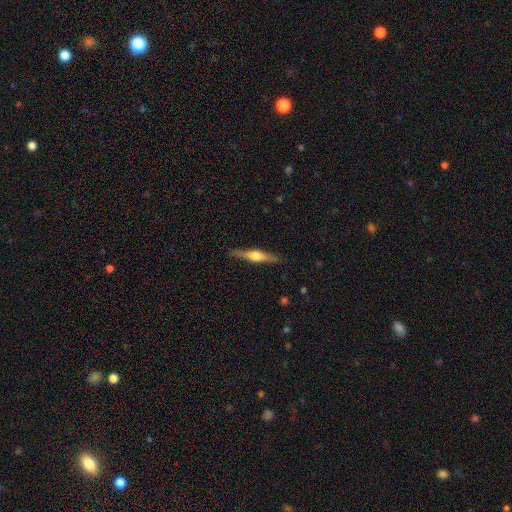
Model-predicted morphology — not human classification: Smooth or featured: featured or disk — 69% (smooth — 25%)
Edge-on disk: yes — 97% (no — 3%)
Edge-on bulge: rounded — 93% (boxy — 5%)
Merging: none — 89% (minor disturbance — 8%)